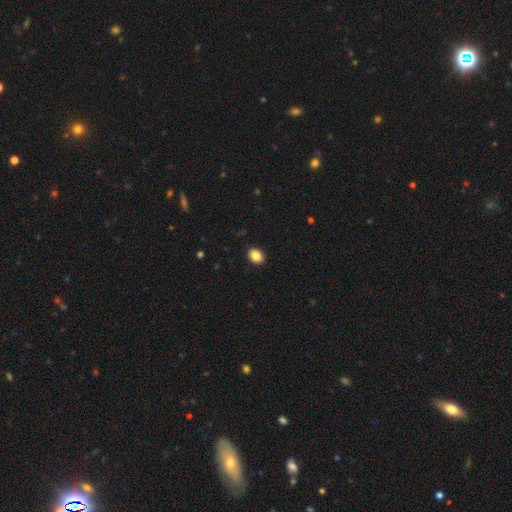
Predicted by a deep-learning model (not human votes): smooth_or_featured: smooth (p=0.87) [alt: star or artifact p=0.09]
how_rounded: in between (p=0.62) [alt: round p=0.37]
merging: none (p=0.91) [alt: minor disturbance p=0.07]